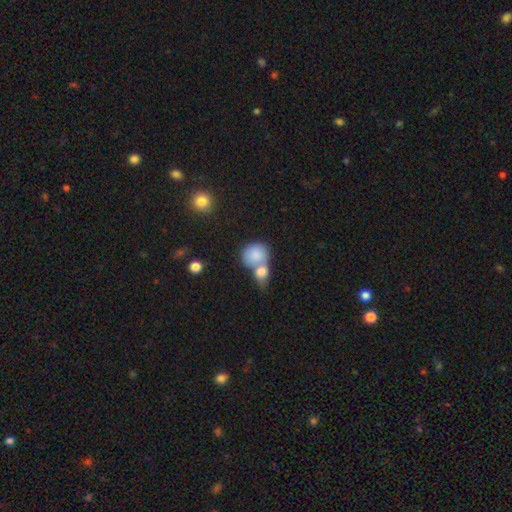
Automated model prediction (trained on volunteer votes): The model was most divided on "how rounded": round: 66%, in between: 32%, cigar-shaped: 1%. More confident: smooth or featured — smooth (82%); merging — merger (64%).